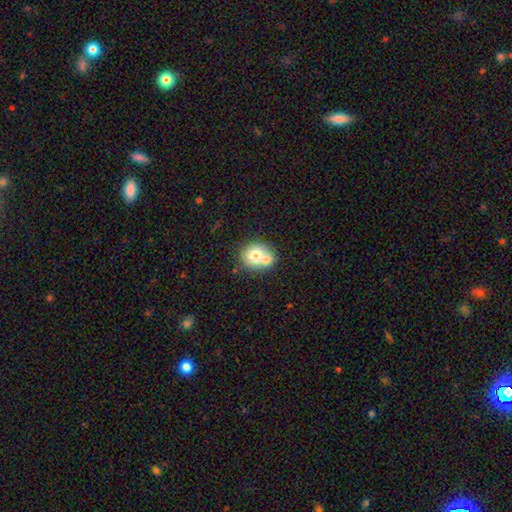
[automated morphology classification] Overall: smooth (67%). How rounded: round (74%). Merging: merger (49%; none 38%).